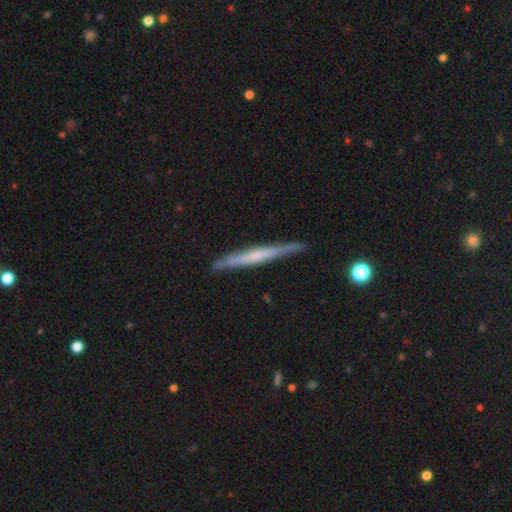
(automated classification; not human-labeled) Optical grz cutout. It shows a featured or disk galaxy (57%) viewed edge-on (96%) with no central bulge (65%). Merging: none (86%).